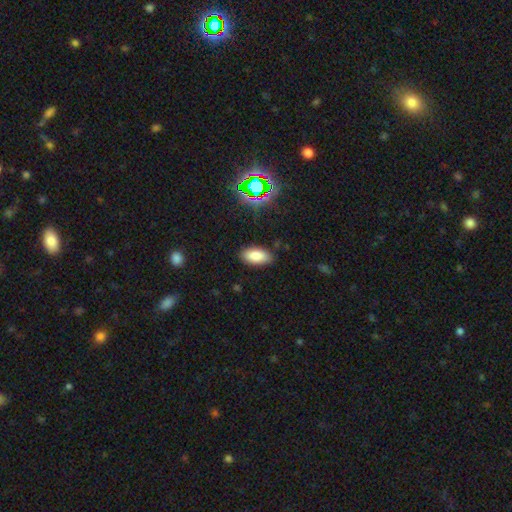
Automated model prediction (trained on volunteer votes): Smooth or featured: smooth — 83% (star or artifact — 10%)
How rounded: in between — 92% (cigar-shaped — 5%)
Merging: none — 86% (minor disturbance — 11%)